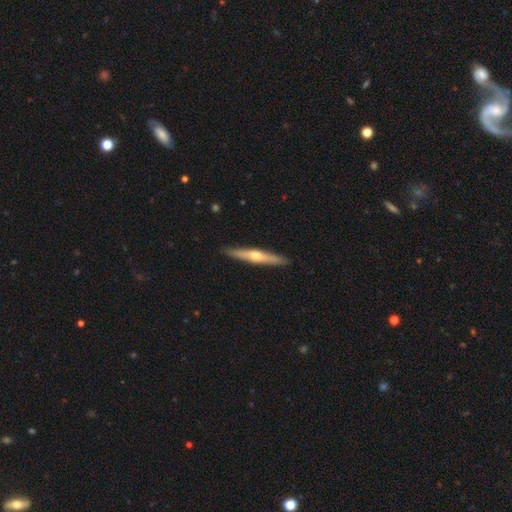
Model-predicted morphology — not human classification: smooth_or_featured: featured or disk (p=0.61) [alt: smooth p=0.33]
disk_edge_on: yes (p=0.96) [alt: no p=0.04]
edge_on_bulge: rounded (p=0.86) [alt: none p=0.10]
merging: none (p=0.91) [alt: minor disturbance p=0.07]